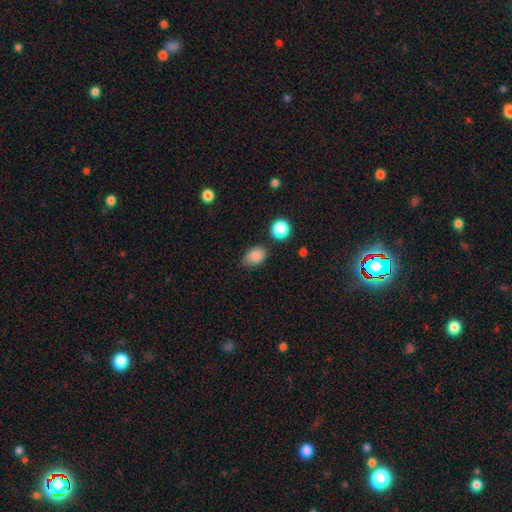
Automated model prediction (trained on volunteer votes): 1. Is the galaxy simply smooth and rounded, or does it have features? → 85% smooth, 10% star or artifact, 6% featured or disk.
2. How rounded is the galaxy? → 74% in between, 24% round, 1% cigar-shaped.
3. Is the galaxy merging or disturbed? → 69% none, 23% minor disturbance, 4% major disturbance, 3% merger.